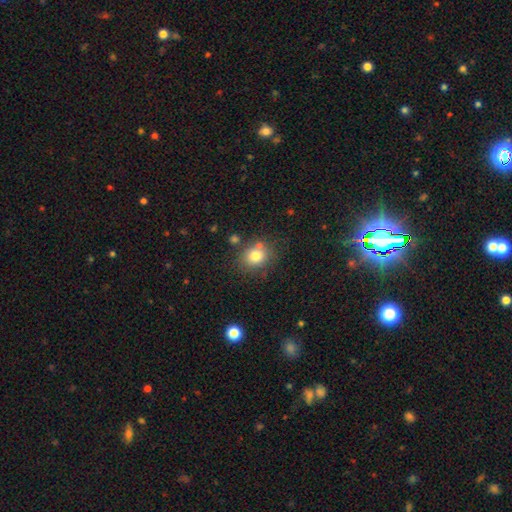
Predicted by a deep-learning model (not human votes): The model was most divided on "how rounded": round: 69%, in between: 30%, cigar-shaped: 1%. More confident: smooth or featured — smooth (78%); merging — none (72%).